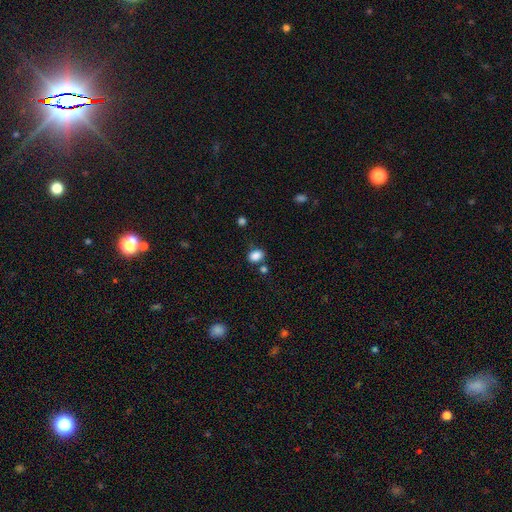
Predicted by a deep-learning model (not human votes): smooth 86%, star or artifact 10%, featured or disk 4%. Down the decision tree: how rounded — in between (72%); merging — none (71%).